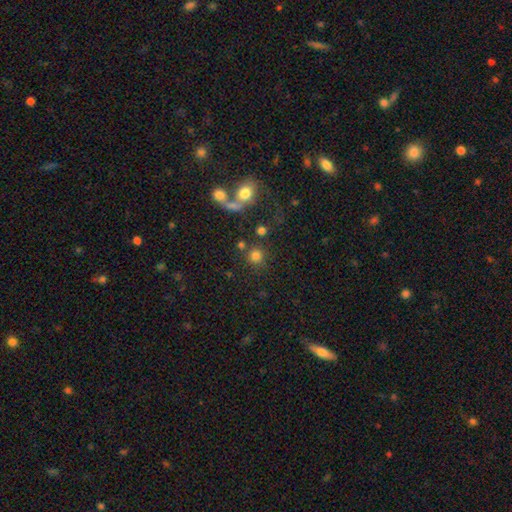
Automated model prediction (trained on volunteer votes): The model was most divided on "merging": none: 72%, merger: 15%, minor disturbance: 8%, major disturbance: 6%. More confident: how rounded — round (92%); smooth or featured — smooth (77%).